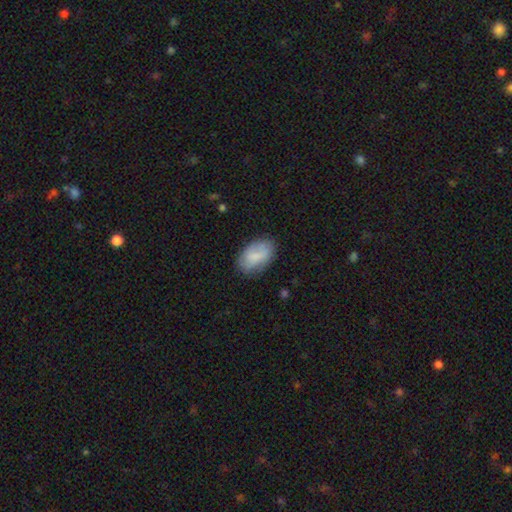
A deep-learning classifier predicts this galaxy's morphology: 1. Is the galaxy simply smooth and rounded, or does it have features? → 77% smooth, 16% featured or disk, 7% star or artifact.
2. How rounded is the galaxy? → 92% in between, 6% round, 2% cigar-shaped.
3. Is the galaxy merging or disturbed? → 73% none, 20% minor disturbance, 5% major disturbance, 1% merger.